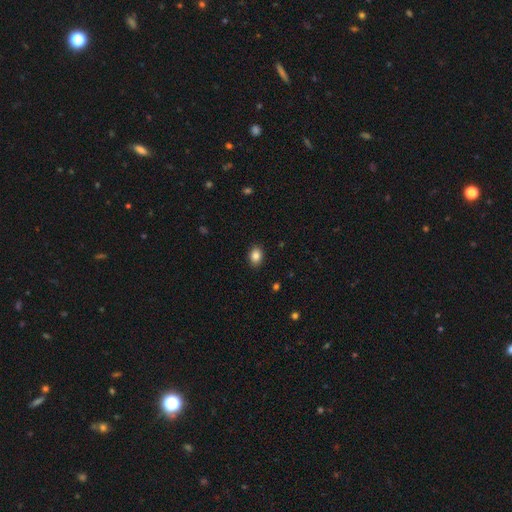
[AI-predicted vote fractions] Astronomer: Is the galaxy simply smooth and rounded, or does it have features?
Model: smooth — 85%.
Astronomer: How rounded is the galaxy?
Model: in between — 65%.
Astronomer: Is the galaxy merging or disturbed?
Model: none — 89%.